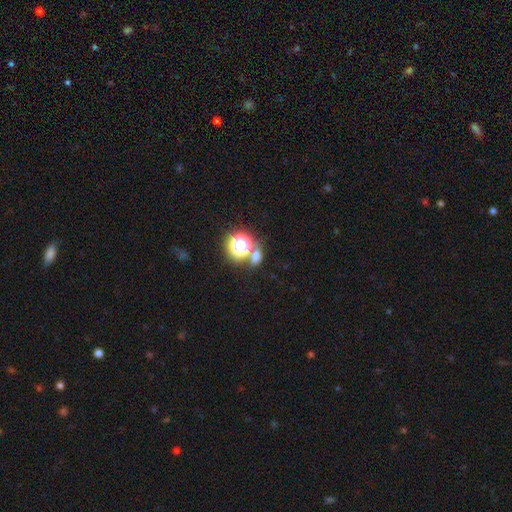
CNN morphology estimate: The model was most divided on "how rounded": round: 54%, in between: 42%, cigar-shaped: 4%. More confident: merging — none (64%); smooth or featured — smooth (57%).